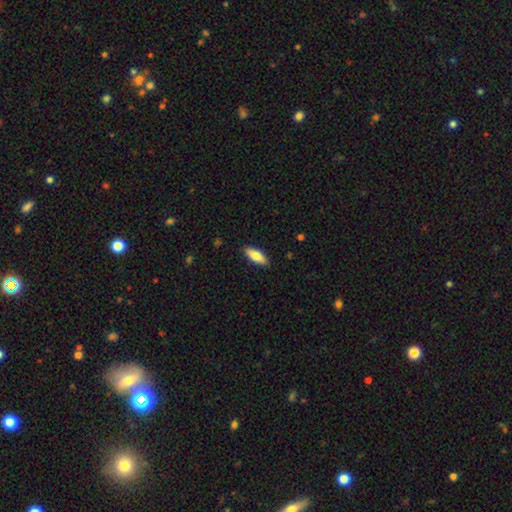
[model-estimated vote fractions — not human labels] The model was most divided on "how rounded": in between: 59%, cigar-shaped: 39%, round: 2%. More confident: merging — none (89%); smooth or featured — smooth (73%).